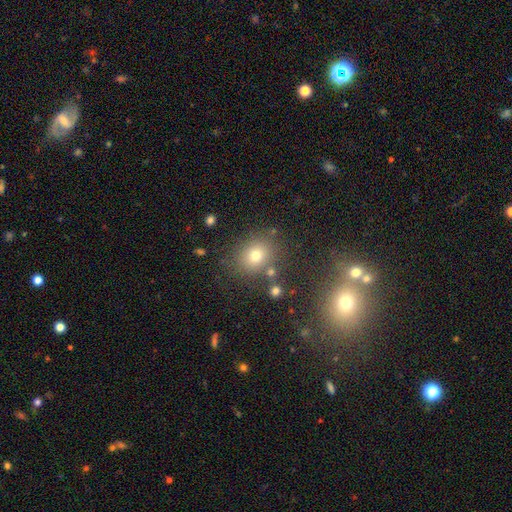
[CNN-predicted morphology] smooth 71%, star or artifact 18%, featured or disk 10%. Down the decision tree: how rounded — round (69%); merging — none (78%).